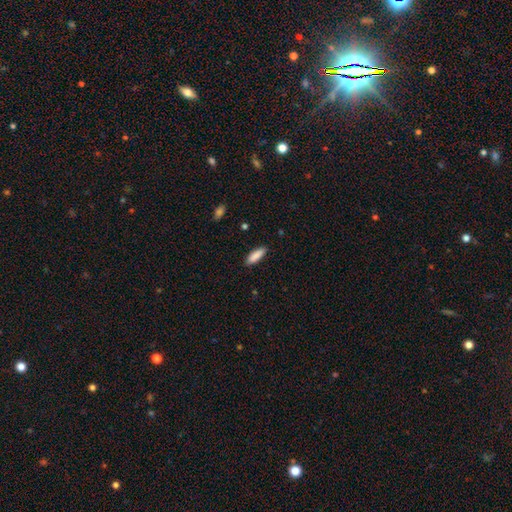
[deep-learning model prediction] A smooth galaxy with no disk features (88%) that is in between round and cigar-shaped (51%). Merging: none (88%).